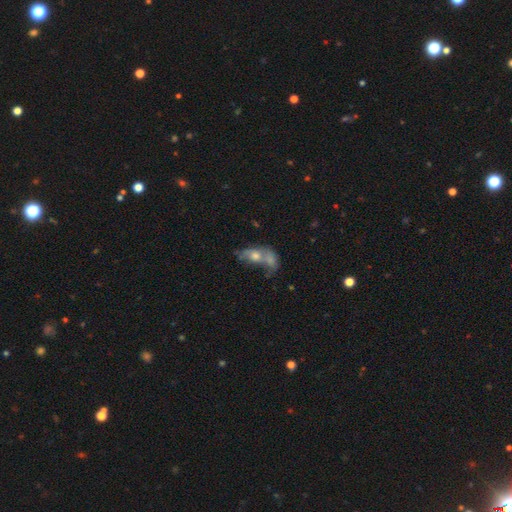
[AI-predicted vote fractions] Smooth or featured? Predicted: smooth (p=0.46). Merging? Predicted: merger (p=0.58).